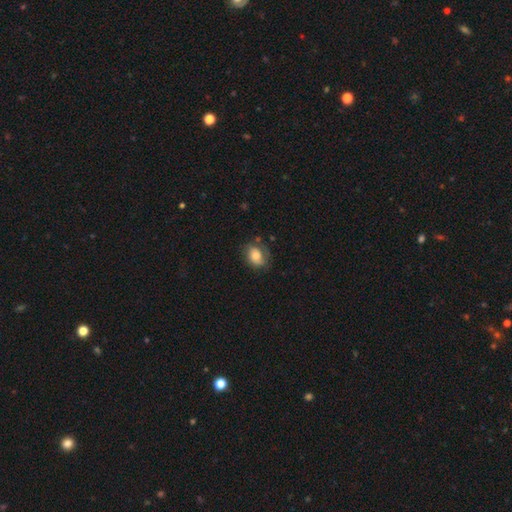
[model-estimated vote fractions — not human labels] Smooth or featured? Predicted: smooth (p=0.72). How rounded? Predicted: in between (p=0.65). Merging? Predicted: none (p=0.57).